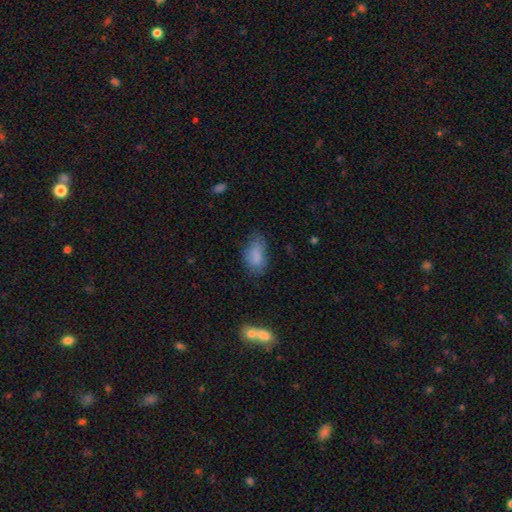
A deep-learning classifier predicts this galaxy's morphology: Overall: smooth (82%). How rounded: in between (91%). Merging: none (60%; minor disturbance 28%).